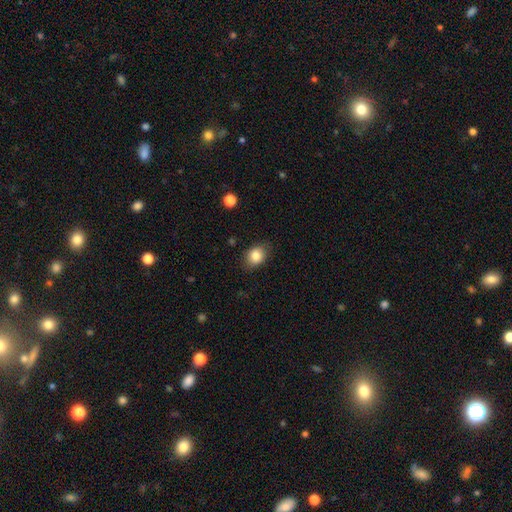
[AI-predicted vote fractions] Morphology: type=smooth (84%); roundness=in between (62%); merging=none (82%).